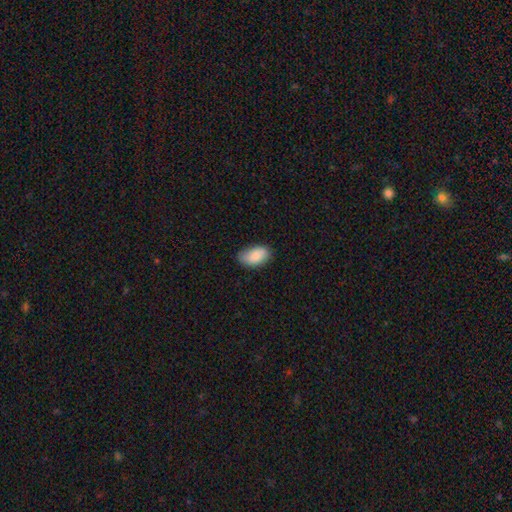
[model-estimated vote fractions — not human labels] Overall: smooth (84%). How rounded: in between (94%). Merging: none (76%).